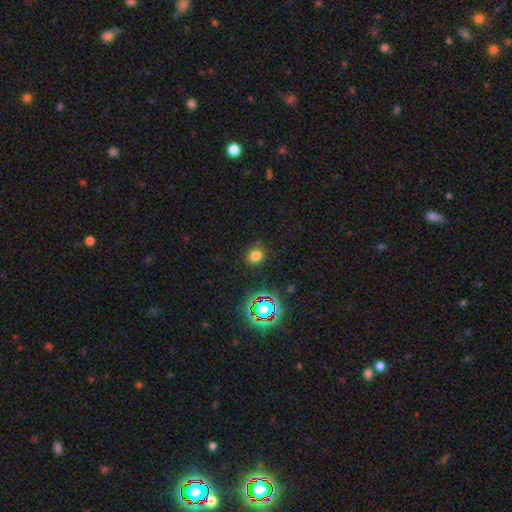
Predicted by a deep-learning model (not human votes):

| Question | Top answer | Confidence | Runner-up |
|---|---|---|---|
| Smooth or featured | smooth | 73% | star or artifact (21%) |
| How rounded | round | 77% | in between (22%) |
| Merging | none | 85% | minor disturbance (10%) |